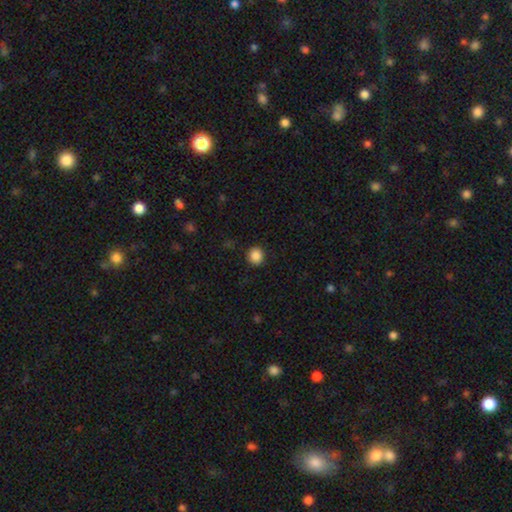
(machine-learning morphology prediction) Smooth or featured? smooth (87%)
How rounded? round (90%)
Merging? none (91%)